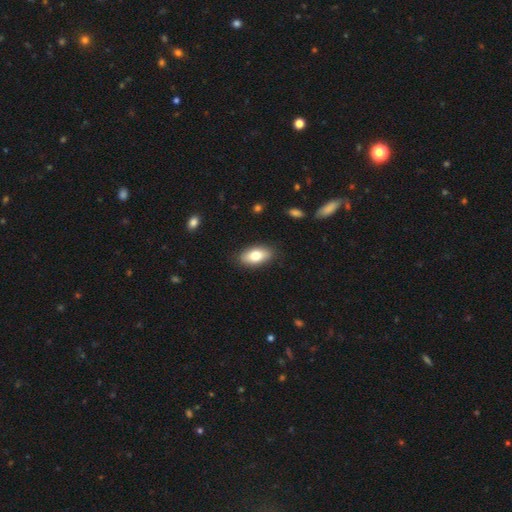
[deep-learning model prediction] Overall: smooth (77%). How rounded: in between (91%). Merging: none (88%).